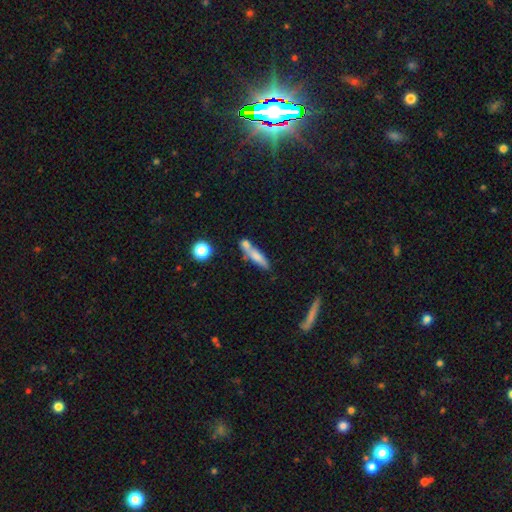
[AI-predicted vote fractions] Smooth or featured: smooth — 66% (featured or disk — 26%)
How rounded: cigar-shaped — 79% (in between — 18%)
Merging: none — 53% (merger — 24%)